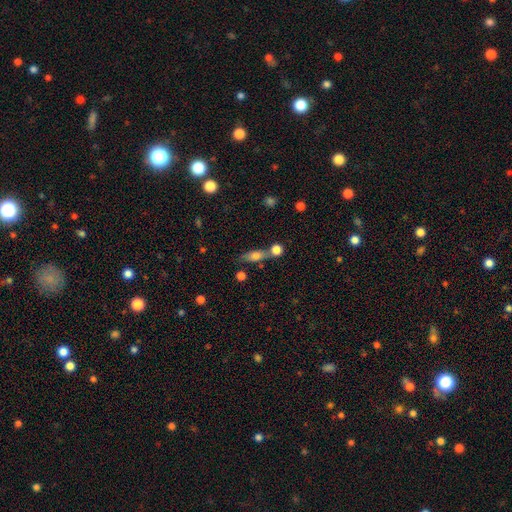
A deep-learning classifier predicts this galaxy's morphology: smooth 62%, featured or disk 27%, star or artifact 11%. Down the decision tree: how rounded — in between (49%); merging — none (57%).